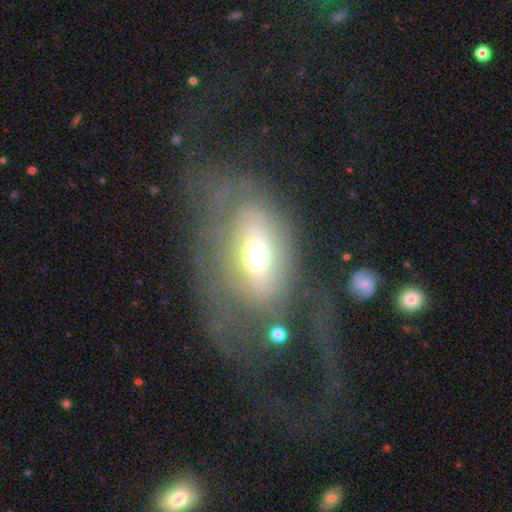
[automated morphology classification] Smooth or featured? Predicted: featured or disk (p=0.53). Edge-on disk? Predicted: no (p=0.90). Merging? Predicted: none (p=0.38).